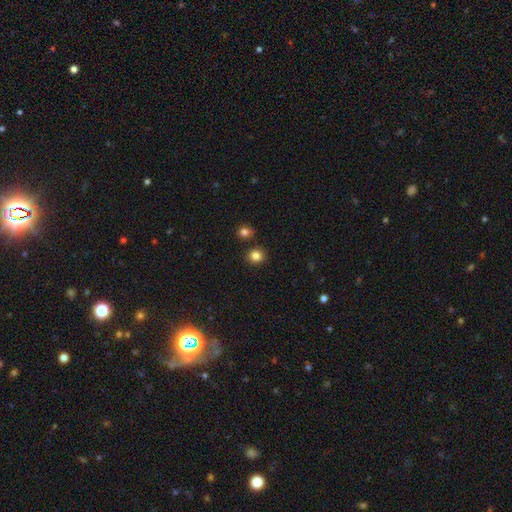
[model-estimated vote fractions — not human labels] Smooth or featured?
  - smooth: 84% *
  - star or artifact: 12%
  - featured or disk: 4%
How rounded?
  - round: 86% *
  - in between: 13%
  - cigar-shaped: 1%
Merging?
  - none: 85% *
  - minor disturbance: 7%
  - merger: 6%
  - major disturbance: 2%